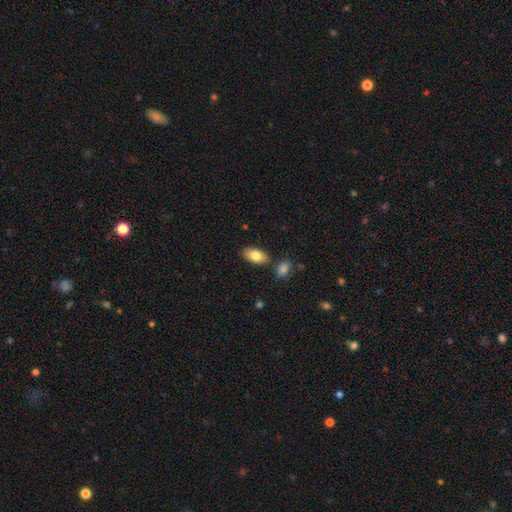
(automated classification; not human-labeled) A smooth galaxy with no disk features (81%) that is in between round and cigar-shaped (93%).

Vote fractions:
- Smooth or featured? smooth: 81% / featured or disk: 13% / star or artifact: 6%
- How rounded? in between: 93% / cigar-shaped: 4% / round: 4%
- Merging? none: 81% / minor disturbance: 11% / merger: 6% / major disturbance: 2%